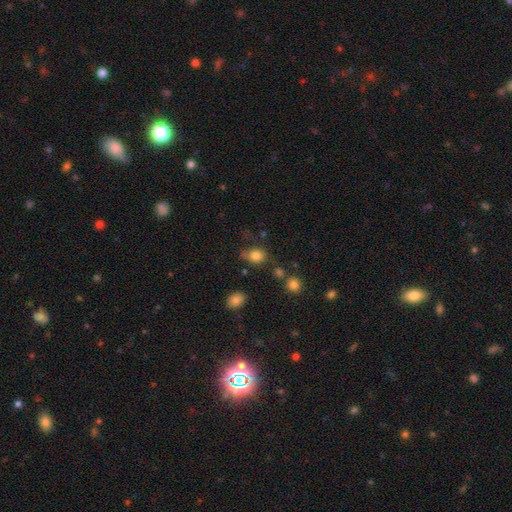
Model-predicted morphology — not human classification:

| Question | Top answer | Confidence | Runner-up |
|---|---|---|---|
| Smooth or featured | smooth | 81% | star or artifact (12%) |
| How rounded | round | 53% | in between (45%) |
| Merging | none | 62% | minor disturbance (23%) |